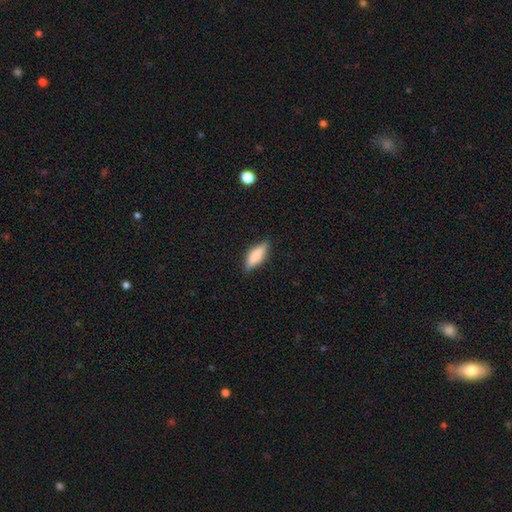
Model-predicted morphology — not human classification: type=smooth (78%); roundness=in between (64%); merging=none (81%).